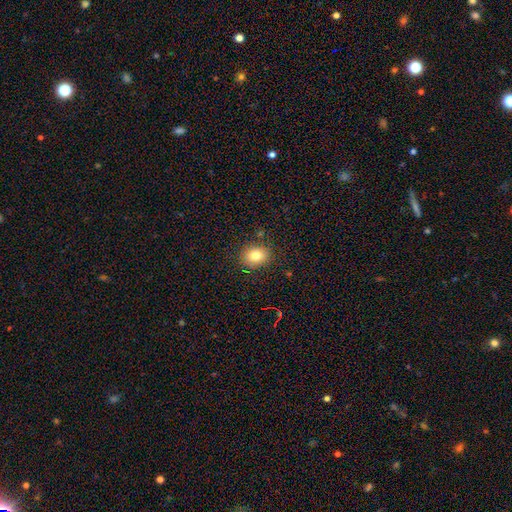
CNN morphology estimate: smooth 79%, star or artifact 11%, featured or disk 10%. Down the decision tree: how rounded — round (57%); merging — none (85%).